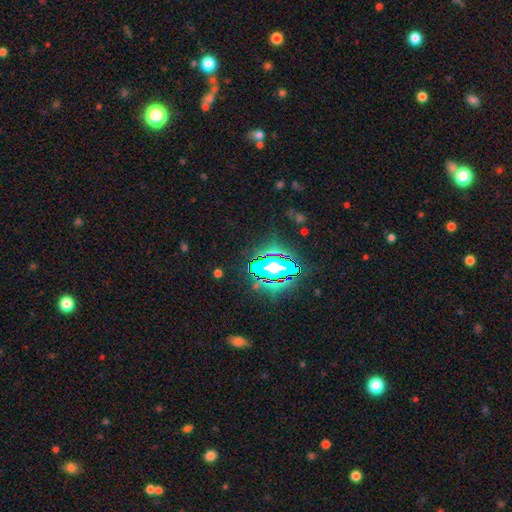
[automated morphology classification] type=star or artifact (80%).